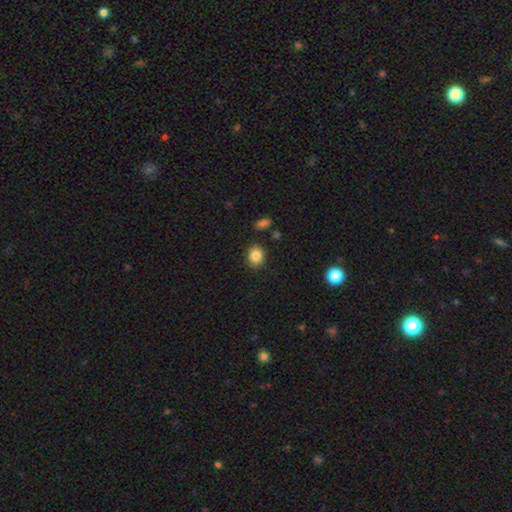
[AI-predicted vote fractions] Smooth or featured: smooth — 85% (star or artifact — 9%)
How rounded: round — 64% (in between — 35%)
Merging: none — 87% (minor disturbance — 8%)